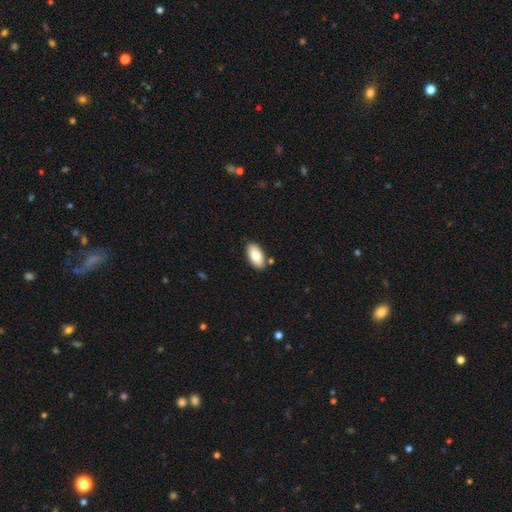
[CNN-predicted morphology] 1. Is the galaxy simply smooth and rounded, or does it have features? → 83% smooth, 11% featured or disk, 6% star or artifact.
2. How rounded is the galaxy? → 94% in between, 4% cigar-shaped, 2% round.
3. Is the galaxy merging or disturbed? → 85% none, 10% minor disturbance, 4% merger, 2% major disturbance.